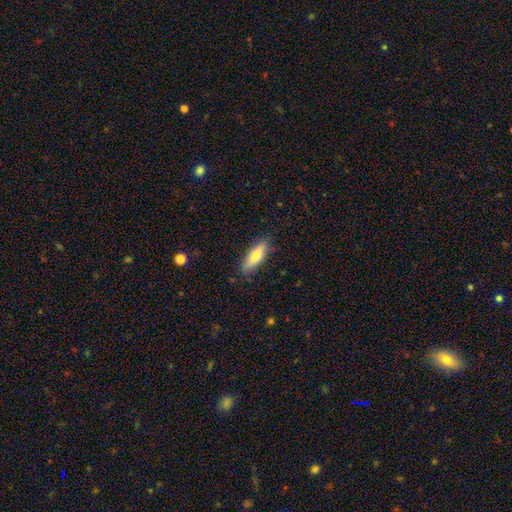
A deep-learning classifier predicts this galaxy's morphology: A smooth galaxy with no disk features (78%) that is in between round and cigar-shaped (56%). Merging: none (83%).